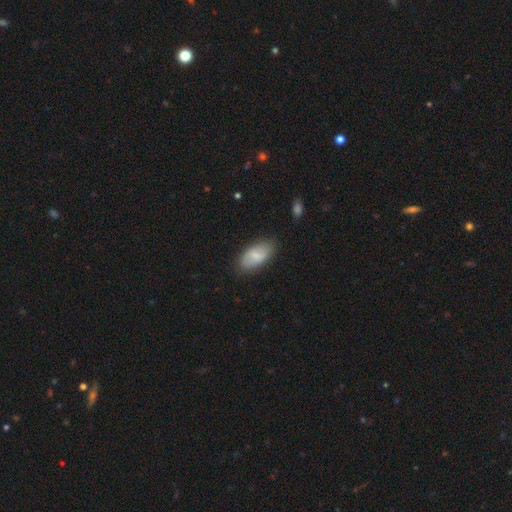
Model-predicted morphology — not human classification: Smooth or featured? Predicted: smooth (p=0.75). How rounded? Predicted: in between (p=0.93). Merging? Predicted: none (p=0.80).